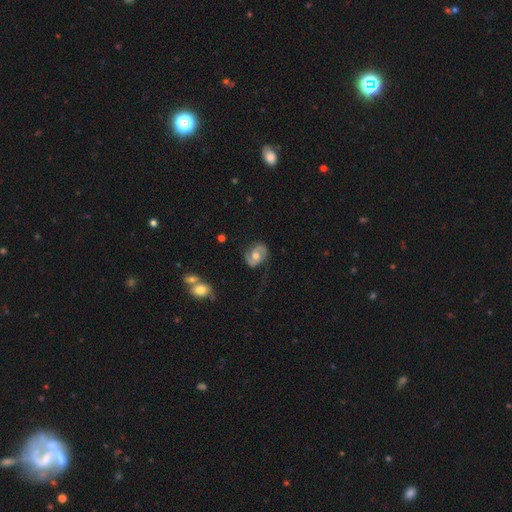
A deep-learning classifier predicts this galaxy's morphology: smooth-or-featured: featured or disk: 78% | smooth: 16% | star or artifact: 6%
  disk-edge-on: no: 97% | yes: 3%
    bar: no: 53% | weak: 36% | strong: 10%
    has-spiral-arms: yes: 91% | no: 9%
      spiral-winding: medium: 49% | tight: 26% | loose: 25%
      spiral-arm-count: 2: 90% | can't tell: 5% | 1: 3% | 3: 1% | 4: 1% | more than 4: 1%
    bulge-size: moderate: 77% | small: 13% | large: 8% | none: 1% | dominant: 1%
  merging: none: 73% | minor disturbance: 17% | major disturbance: 8% | merger: 2%